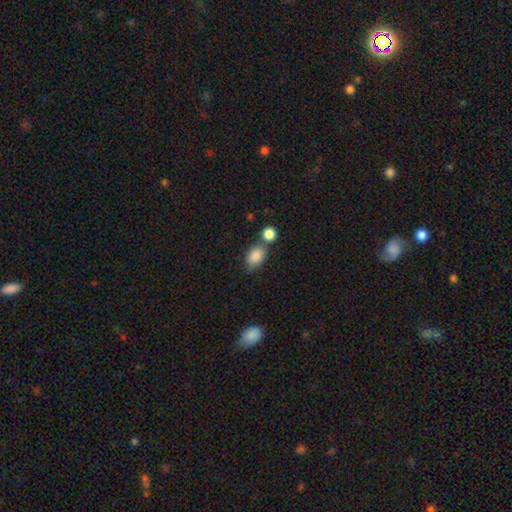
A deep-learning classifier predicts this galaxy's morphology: Smooth or featured? smooth (86%)
How rounded? in between (79%)
Merging? none (53%)